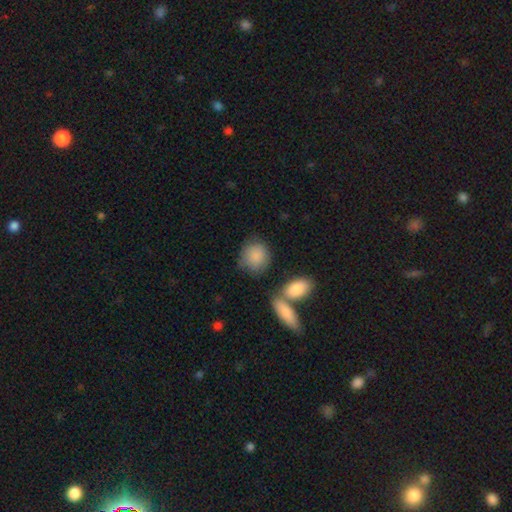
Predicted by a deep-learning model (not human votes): smooth 87%, star or artifact 6%, featured or disk 6%. Down the decision tree: how rounded — round (71%); merging — none (67%).